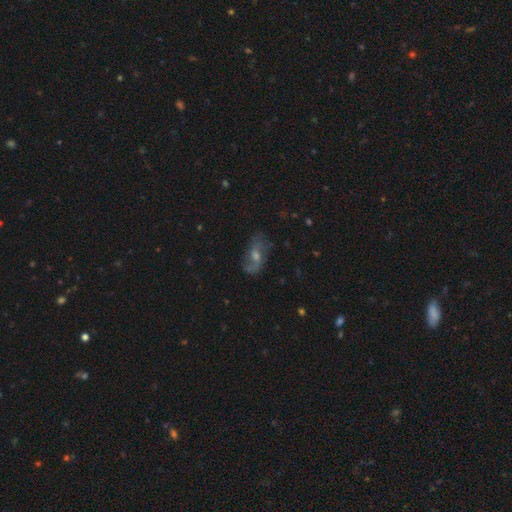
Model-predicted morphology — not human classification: smooth_or_featured: featured or disk (p=0.64) [alt: smooth p=0.23]
disk_edge_on: no (p=0.92) [alt: yes p=0.08]
bar: no (p=0.55) [alt: weak p=0.36]
has_spiral_arms: yes (p=0.83) [alt: no p=0.17]
bulge_size: moderate (p=0.57) [alt: small p=0.33]
merging: none (p=0.67) [alt: minor disturbance p=0.20]